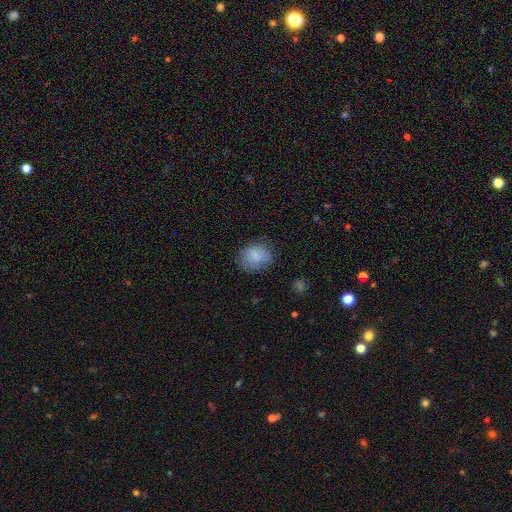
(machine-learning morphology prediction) type=smooth (81%); roundness=round (52%); merging=none (73%).